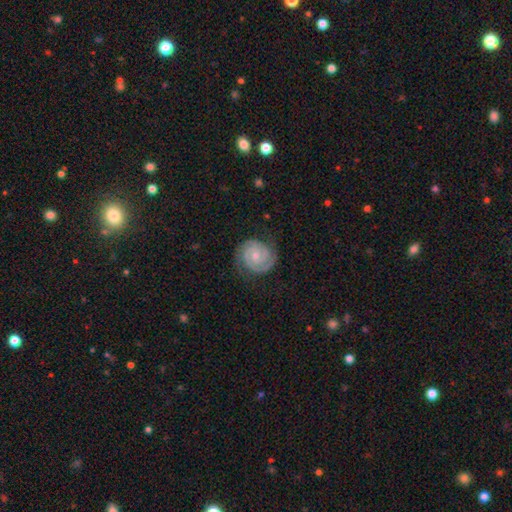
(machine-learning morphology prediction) This is clearly a featured or disk galaxy (89%). It is clearly not viewed edge-on (98%). Bar: possibly no (58%). Spiral arm pattern: clearly yes (98%). Spiral arm count: clearly 2 (88%). Spiral winding: likely tight (79%). Central bulge: possibly small (53%). Merging: clearly none (81%).